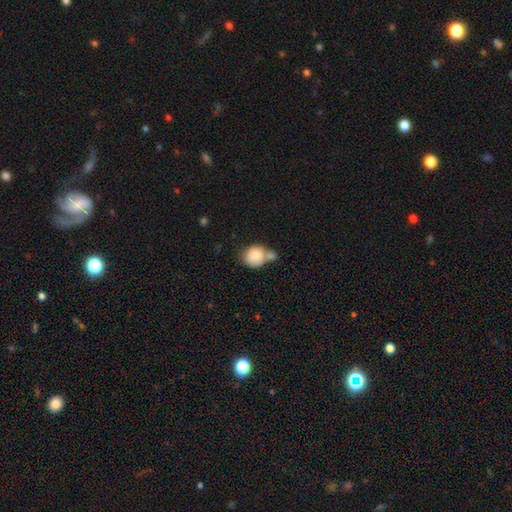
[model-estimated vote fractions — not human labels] This is clearly a smooth galaxy (82%). How rounded: likely round (78%). Merging: possibly merger (49%).